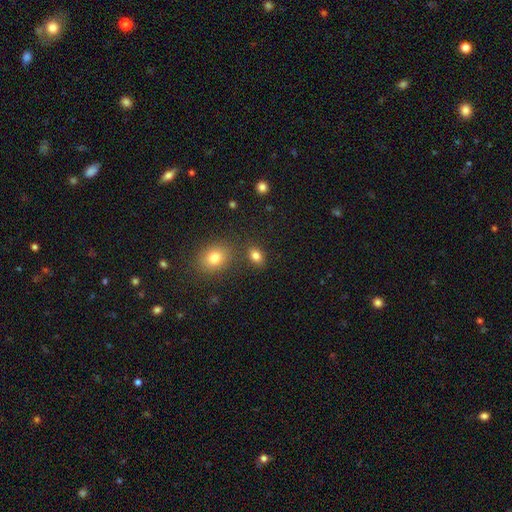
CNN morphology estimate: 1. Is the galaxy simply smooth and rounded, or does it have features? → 82% smooth, 11% star or artifact, 7% featured or disk.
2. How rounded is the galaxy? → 76% in between, 22% round, 2% cigar-shaped.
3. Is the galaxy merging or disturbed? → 78% none, 10% minor disturbance, 8% merger, 3% major disturbance.